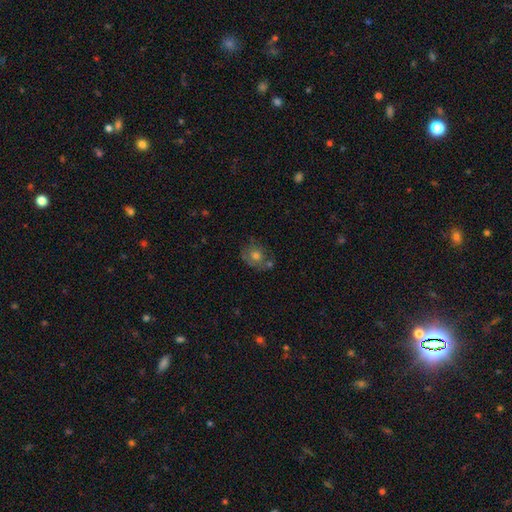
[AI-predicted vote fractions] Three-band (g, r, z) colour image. It shows a smooth galaxy with no disk features (64%) that is round (68%). Merging: none (57%).